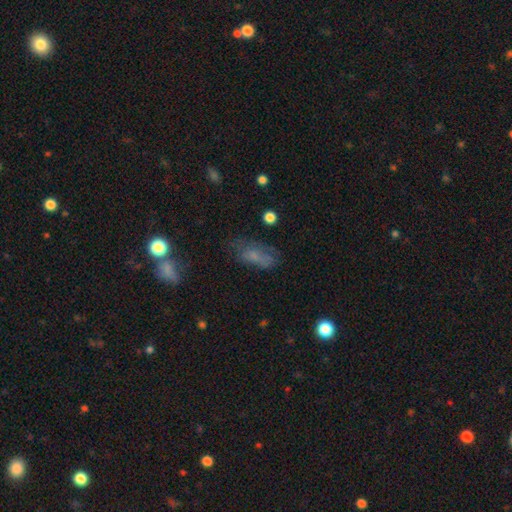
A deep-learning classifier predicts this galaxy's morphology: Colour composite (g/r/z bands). It shows a smooth galaxy with no disk features (59%) that is in between round and cigar-shaped (80%). Merging: none (50%).